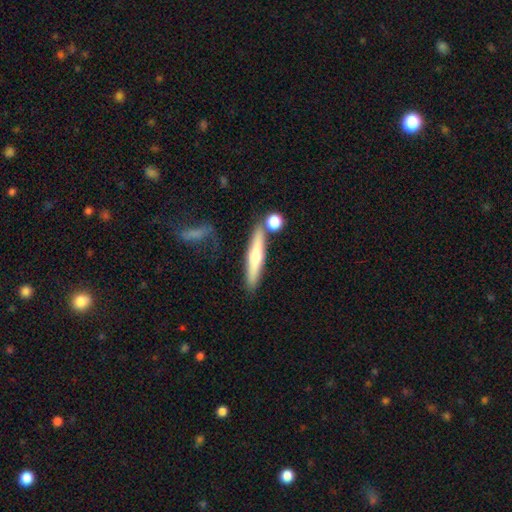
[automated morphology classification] Smooth or featured? featured or disk (49%)
Merging? none (76%)